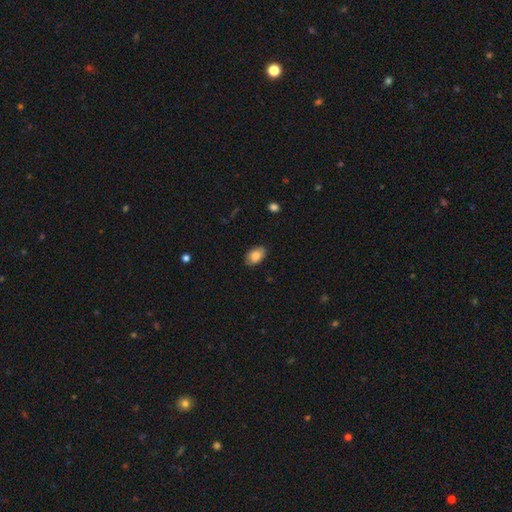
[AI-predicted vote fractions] A smooth galaxy with no disk features (83%) that is in between round and cigar-shaped (88%). Merging: none (84%).